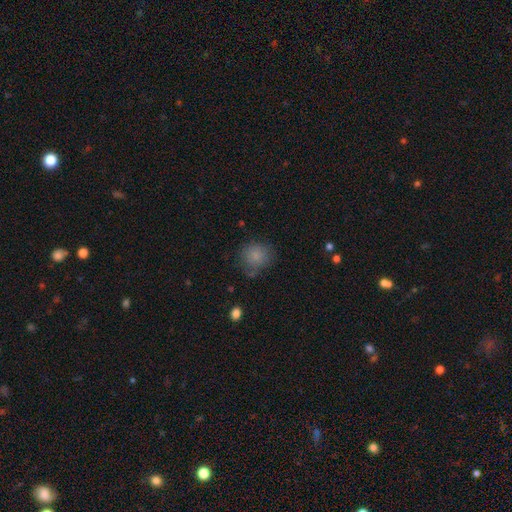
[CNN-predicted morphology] A smooth galaxy with no disk features (83%) that is round (85%). Merging: none (72%).